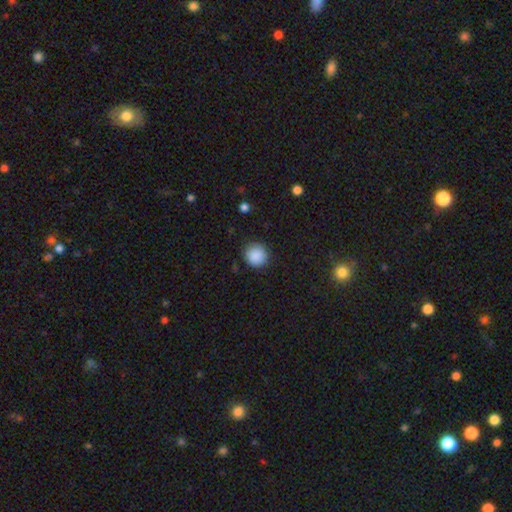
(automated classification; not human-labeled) The model was most divided on "smooth or featured": smooth: 88%, star or artifact: 9%, featured or disk: 3%. More confident: how rounded — round (93%); merging — none (89%).